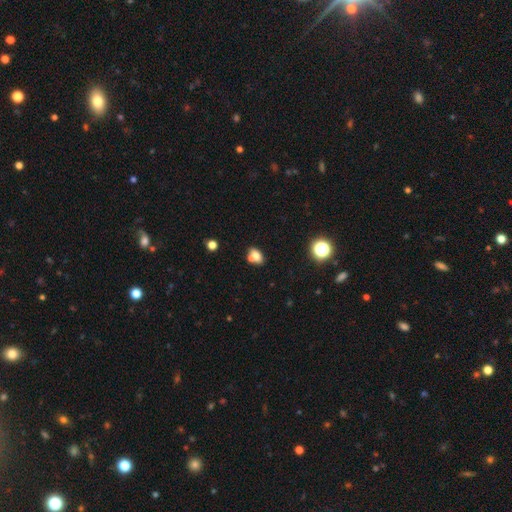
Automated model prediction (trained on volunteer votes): Smooth or featured? smooth (71%)
How rounded? in between (69%)
Merging? none (46%)